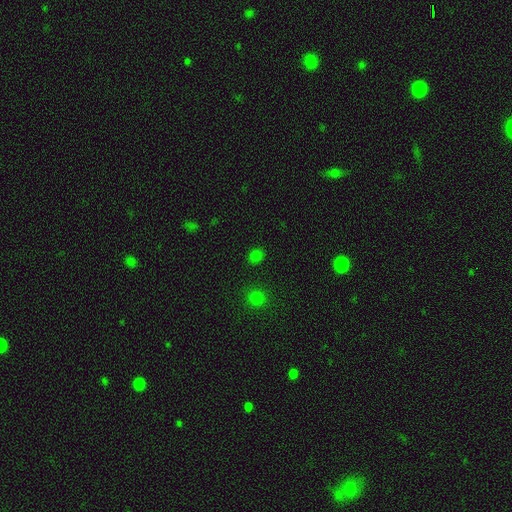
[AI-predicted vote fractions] smooth-or-featured: smooth: 73% | star or artifact: 23% | featured or disk: 4%
  how-rounded: round: 71% | in between: 28% | cigar-shaped: 1%
  merging: none: 87% | minor disturbance: 8% | major disturbance: 3% | merger: 2%